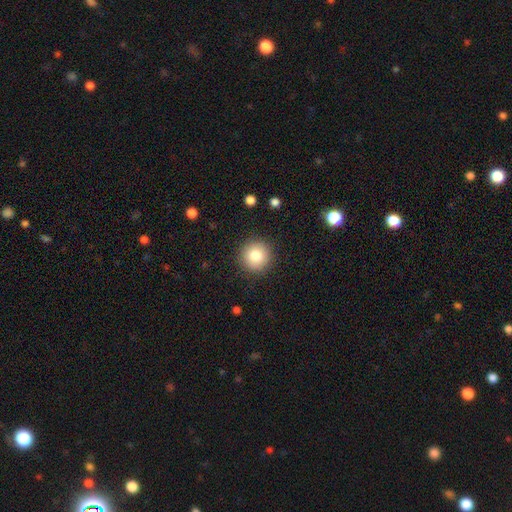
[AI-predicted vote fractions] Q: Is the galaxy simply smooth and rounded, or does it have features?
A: smooth — 82%.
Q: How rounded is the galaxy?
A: round — 95%.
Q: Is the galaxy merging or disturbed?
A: none — 91%.